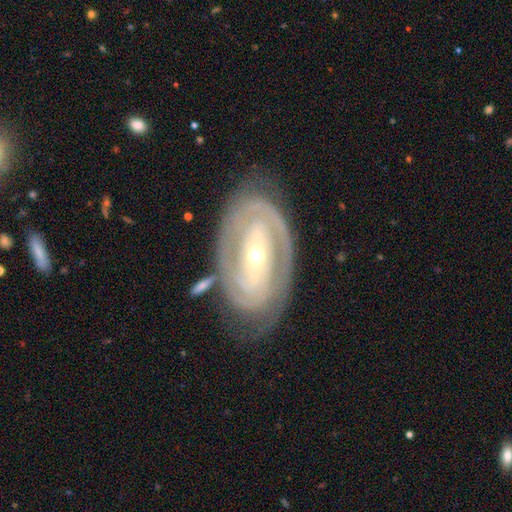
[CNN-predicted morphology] type=featured or disk (88%); edge-on=no (95%); bar=strong (36%); spiral arms=yes (93%); winding=tight (75%); arm count=2 (55%); bulge=small (59%); merging=none (75%).